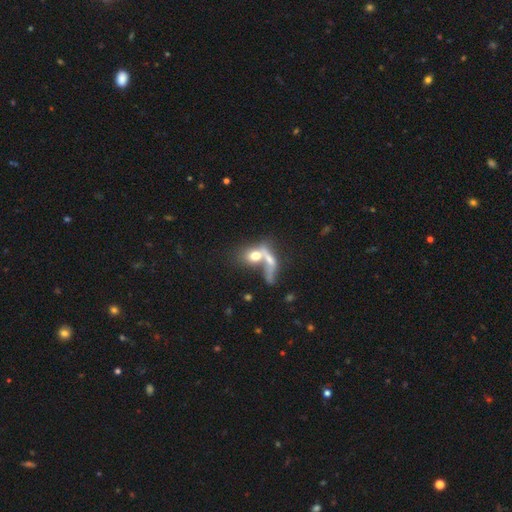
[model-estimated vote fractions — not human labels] Overall: smooth (63%; featured or disk 28%). How rounded: in between (54%; round 35%). Merging: merger (63%).